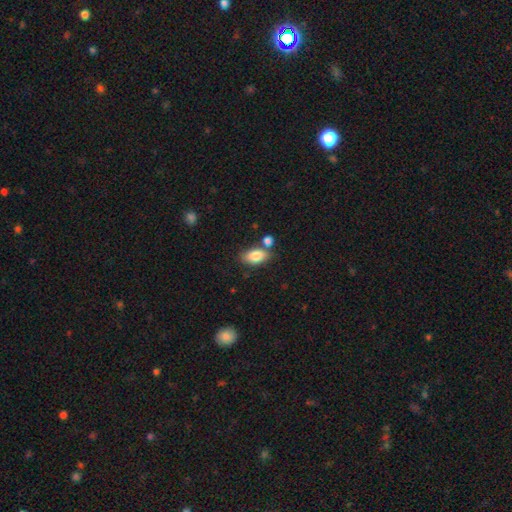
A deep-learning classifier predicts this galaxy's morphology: The model was most divided on "merging": none: 64%, merger: 18%, minor disturbance: 14%, major disturbance: 4%. More confident: how rounded — in between (90%); smooth or featured — smooth (83%).